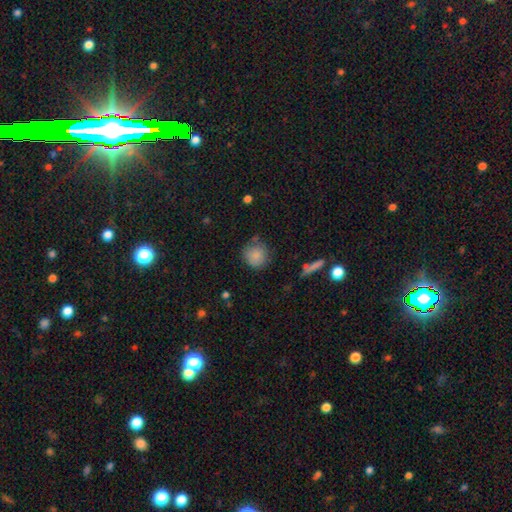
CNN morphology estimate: This appears to be a smooth galaxy with no disk features (85%) that is round (90%). Merging: none (74%).